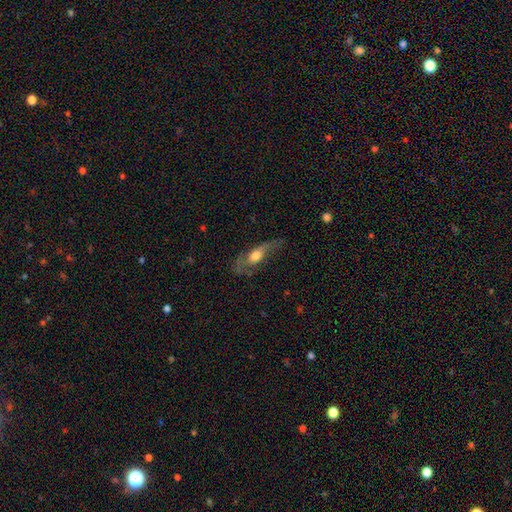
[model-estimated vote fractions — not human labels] This appears to be a featured or disk galaxy (53%). Merging: none (45%).